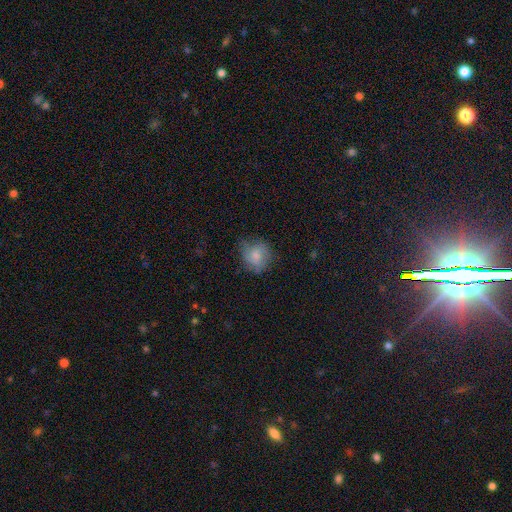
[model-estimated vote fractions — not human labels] Morphology: type=smooth (72%); roundness=round (75%); merging=none (60%).